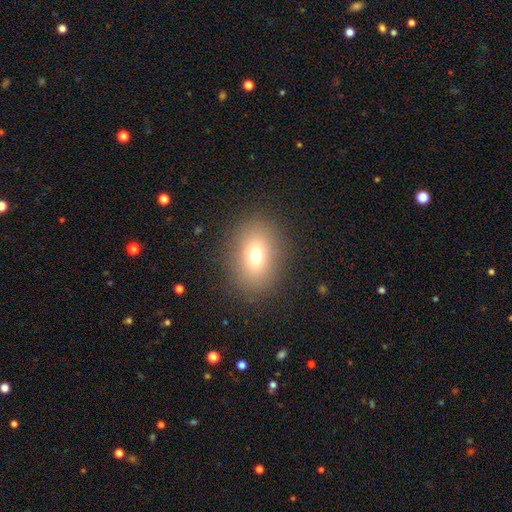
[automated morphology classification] The model was most divided on "how rounded": in between: 62%, round: 37%, cigar-shaped: 1%. More confident: merging — none (86%); smooth or featured — smooth (71%).